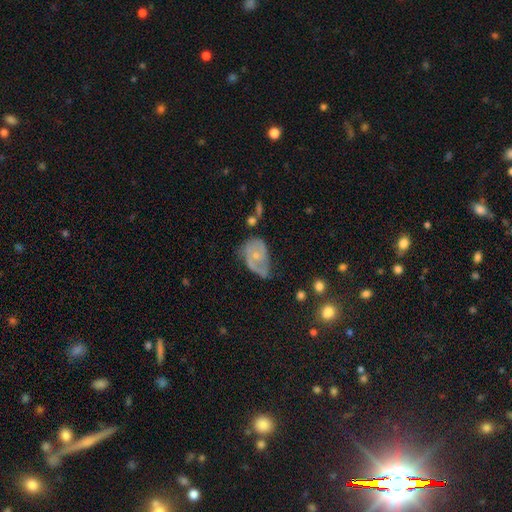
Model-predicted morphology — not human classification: Smooth or featured?
  - featured or disk: 64% *
  - smooth: 28%
  - star or artifact: 8%
Edge-on disk?
  - no: 96% *
  - yes: 4%
Bar?
  - no: 77% *
  - weak: 19%
  - strong: 3%
Spiral arms?
  - yes: 74% *
  - no: 26%
Bulge size?
  - small: 69% *
  - moderate: 25%
  - none: 4%
  - large: 1%
  - dominant: 1%
Merging?
  - minor disturbance: 33% *
  - none: 32%
  - major disturbance: 30%
  - merger: 5%